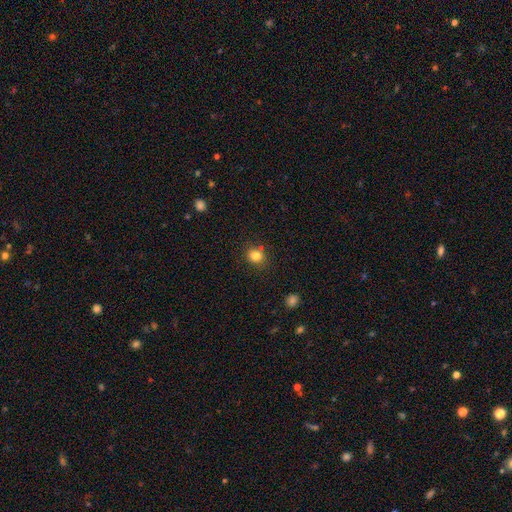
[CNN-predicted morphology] The model was most divided on "how rounded": round: 81%, in between: 18%, cigar-shaped: 1%. More confident: smooth or featured — smooth (82%); merging — none (81%).